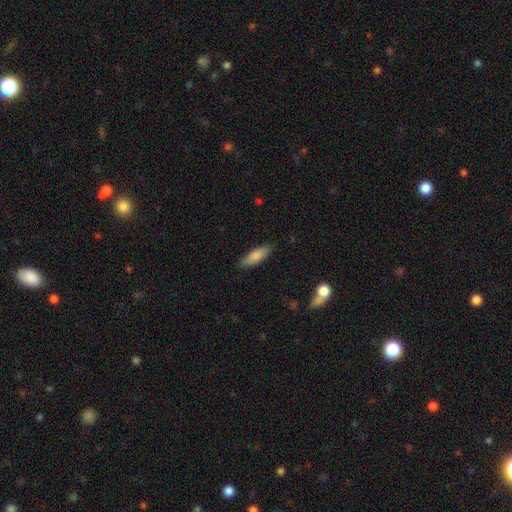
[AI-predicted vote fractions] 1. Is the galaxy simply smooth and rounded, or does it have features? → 82% smooth, 12% featured or disk, 6% star or artifact.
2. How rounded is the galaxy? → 54% in between, 44% cigar-shaped, 2% round.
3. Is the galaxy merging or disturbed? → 85% none, 11% minor disturbance, 2% major disturbance, 1% merger.